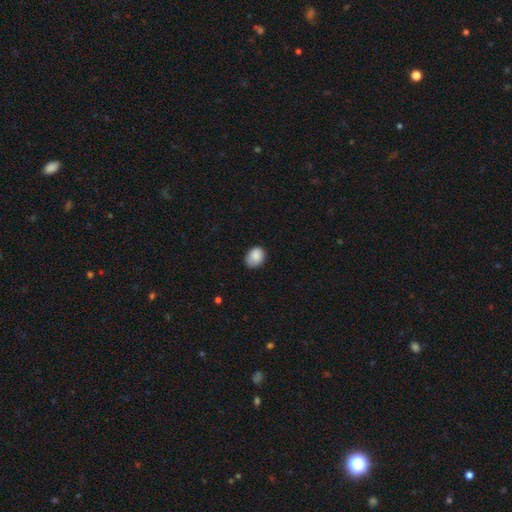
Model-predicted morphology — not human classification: A smooth galaxy with no disk features (86%) that is in between round and cigar-shaped (59%).

Vote fractions:
- Smooth or featured? smooth: 86% / star or artifact: 8% / featured or disk: 6%
- How rounded? in between: 59% / round: 40% / cigar-shaped: 1%
- Merging? none: 72% / minor disturbance: 23% / major disturbance: 4% / merger: 1%